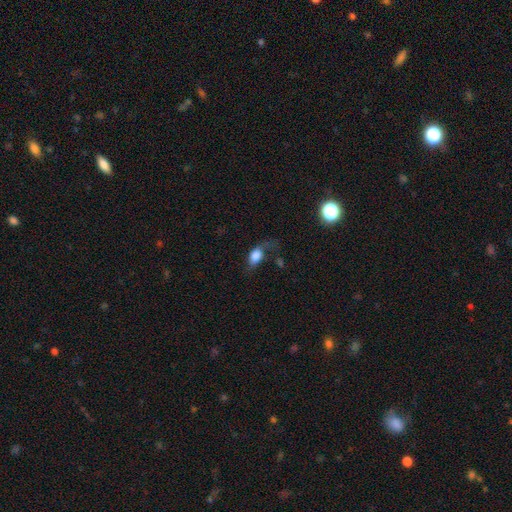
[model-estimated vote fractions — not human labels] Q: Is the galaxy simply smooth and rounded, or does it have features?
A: smooth — 72%.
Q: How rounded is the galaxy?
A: in between — 80%.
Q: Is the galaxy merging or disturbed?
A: major disturbance — 45%.